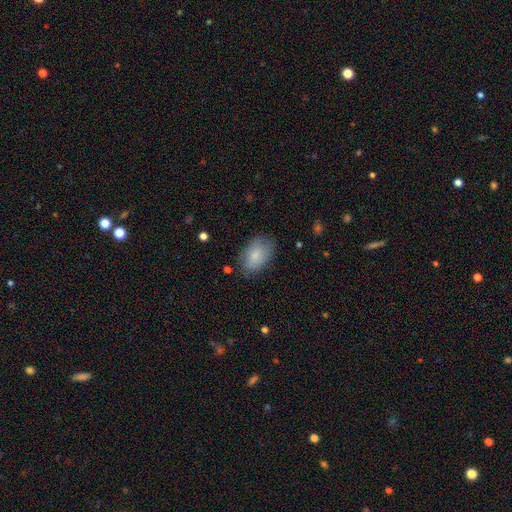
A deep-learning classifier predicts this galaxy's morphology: Overall: smooth (81%). How rounded: in between (90%). Merging: none (75%).